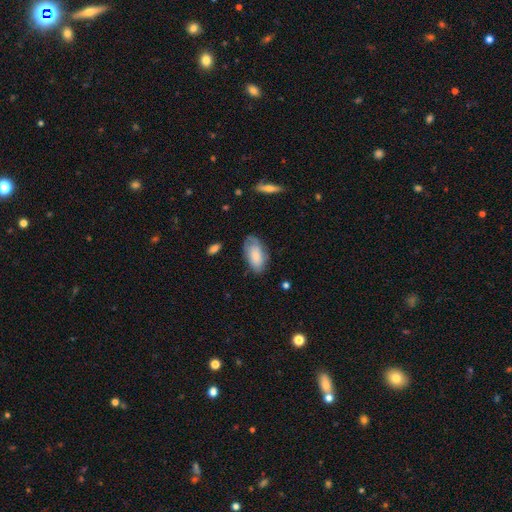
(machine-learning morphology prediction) smooth_or_featured: smooth (p=0.75) [alt: featured or disk p=0.18]
how_rounded: in between (p=0.94) [alt: round p=0.03]
merging: none (p=0.66) [alt: minor disturbance p=0.25]